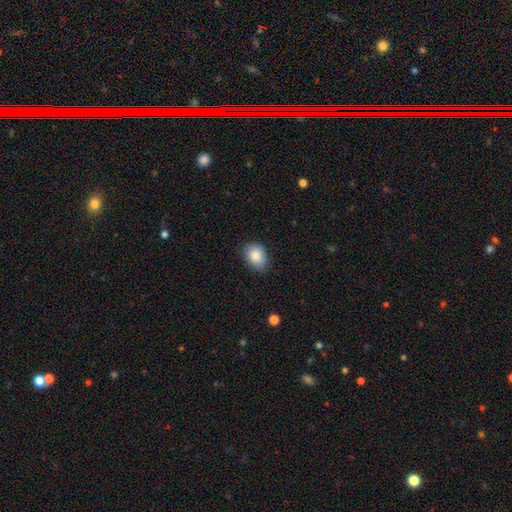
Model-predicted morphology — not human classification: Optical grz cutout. It shows a smooth galaxy with no disk features (86%) that is in between round and cigar-shaped (73%). Merging: none (75%).